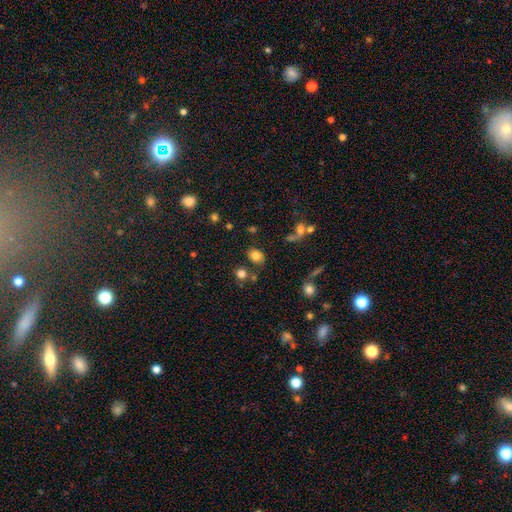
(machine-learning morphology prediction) The model was most divided on "how rounded": in between: 59%, round: 39%, cigar-shaped: 1%. More confident: smooth or featured — smooth (79%); merging — none (75%).